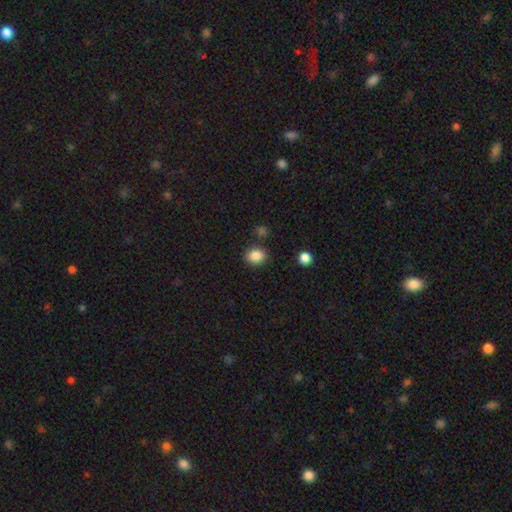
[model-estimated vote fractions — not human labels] This appears to be a smooth galaxy with no disk features (86%) that is round (61%). Merging: none (82%).